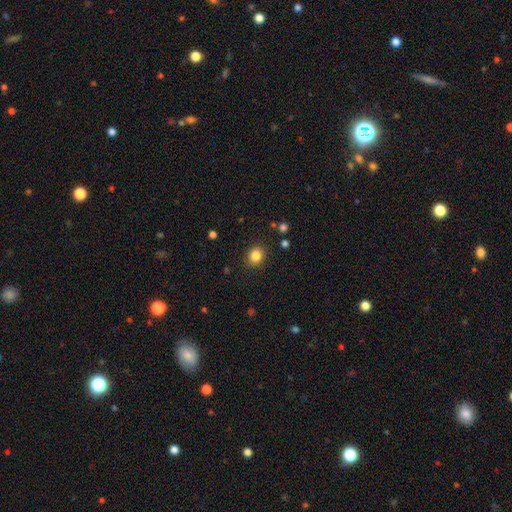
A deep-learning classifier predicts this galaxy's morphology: Overall: smooth (84%). How rounded: round (71%). Merging: none (89%).